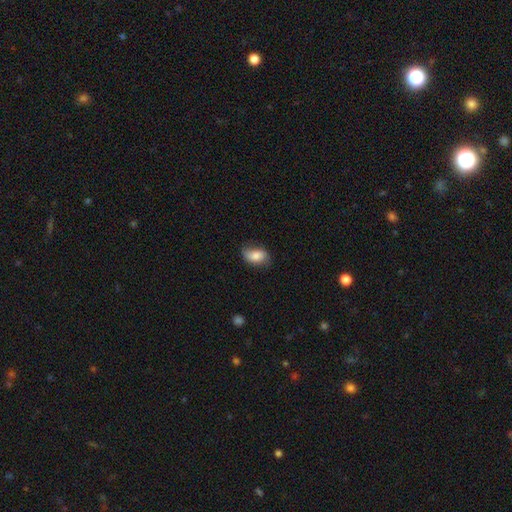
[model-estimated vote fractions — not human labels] Smooth or featured? smooth (71%)
How rounded? in between (87%)
Merging? none (64%)